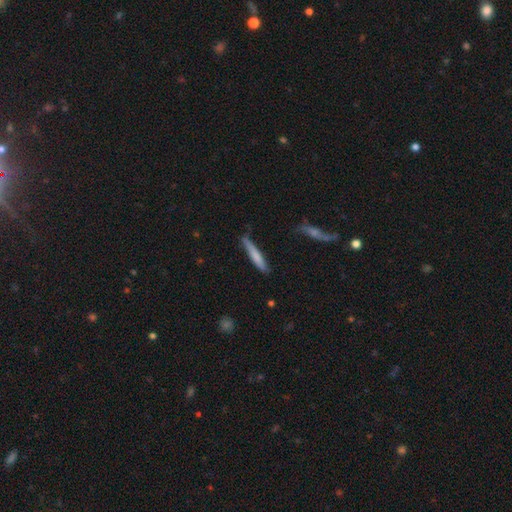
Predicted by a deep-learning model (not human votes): This is likely a smooth galaxy (71%). How rounded: clearly cigar-shaped (92%). Merging: likely none (74%).